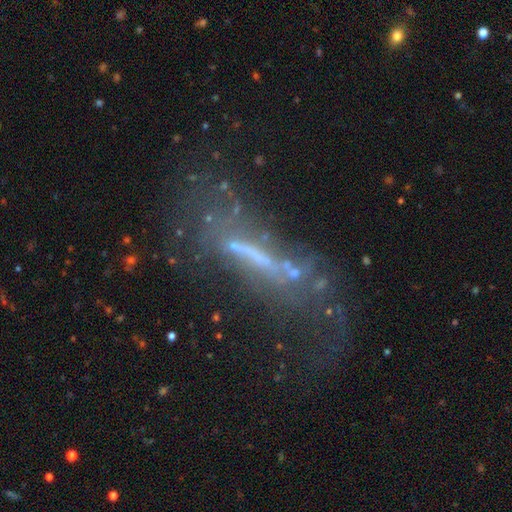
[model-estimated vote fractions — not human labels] smooth-or-featured: featured or disk: 59% | smooth: 23% | star or artifact: 17%
  disk-edge-on: no: 59% | yes: 41%
  merging: major disturbance: 38% | none: 34% | minor disturbance: 20% | merger: 8%